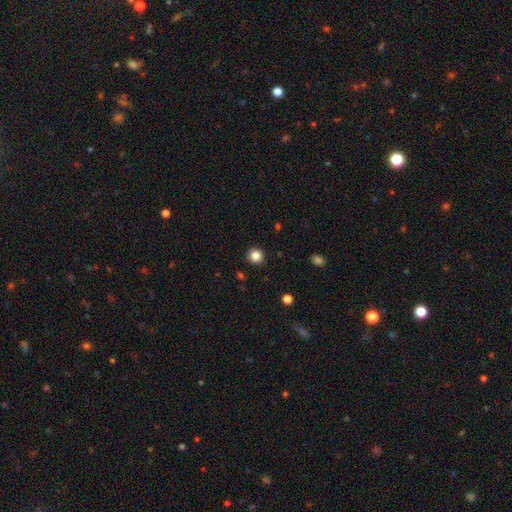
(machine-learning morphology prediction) Overall: smooth (84%). How rounded: round (92%). Merging: none (91%).